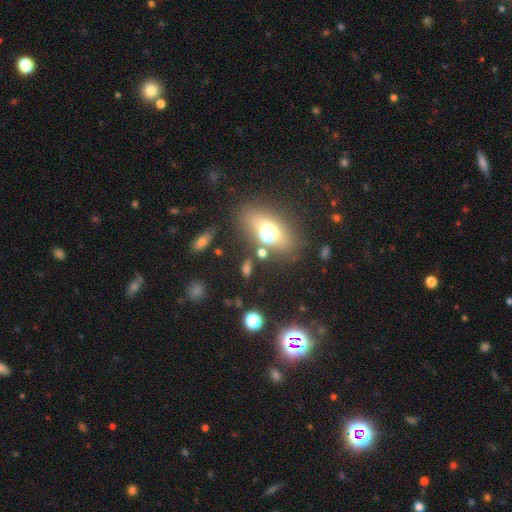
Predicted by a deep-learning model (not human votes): A smooth galaxy with no disk features (53%) that is in between round and cigar-shaped (78%). Merging: none (76%).